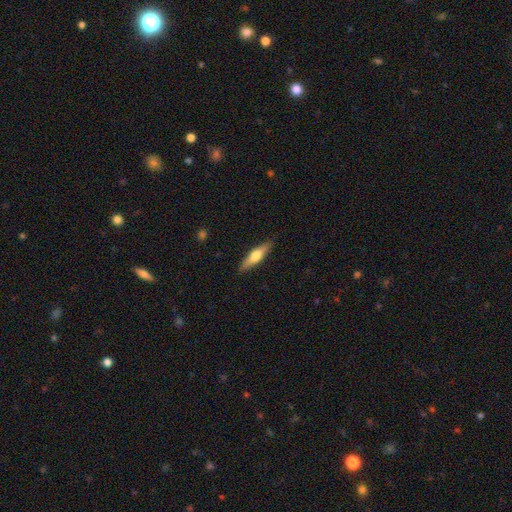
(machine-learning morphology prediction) Smooth or featured: smooth — 49% (featured or disk — 45%)
Merging: none — 89% (minor disturbance — 8%)